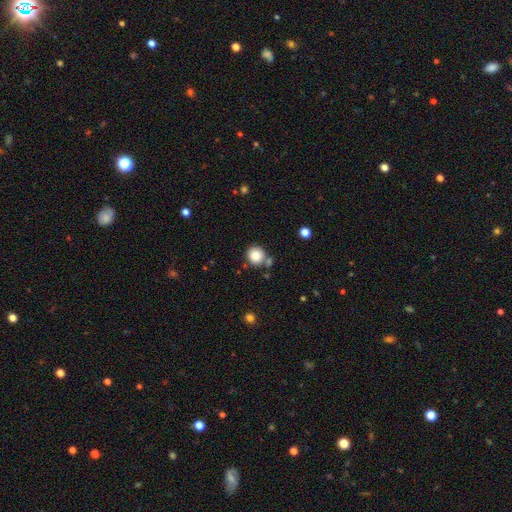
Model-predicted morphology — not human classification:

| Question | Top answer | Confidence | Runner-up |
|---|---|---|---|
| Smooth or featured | smooth | 84% | star or artifact (10%) |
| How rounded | round | 92% | in between (7%) |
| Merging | none | 74% | merger (13%) |